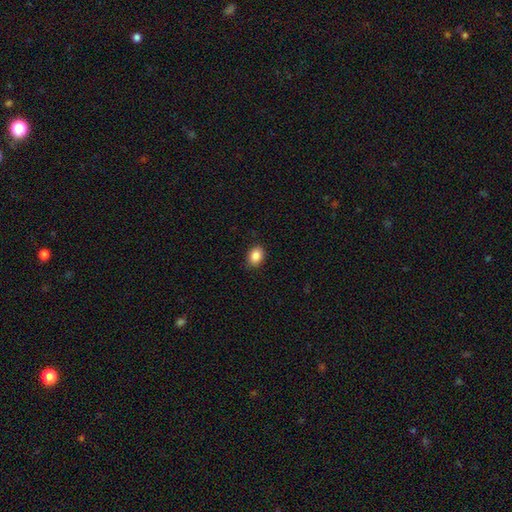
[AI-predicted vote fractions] This appears to be a smooth galaxy with no disk features (87%) that is in between round and cigar-shaped (64%). Merging: none (87%).